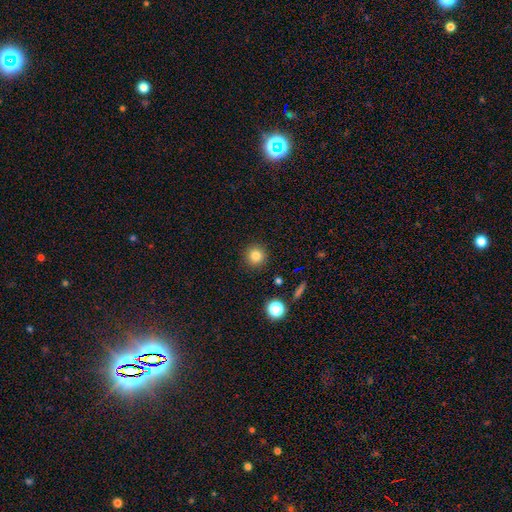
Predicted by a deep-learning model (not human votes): smooth 83%, star or artifact 12%, featured or disk 5%. Down the decision tree: how rounded — round (94%); merging — none (91%).